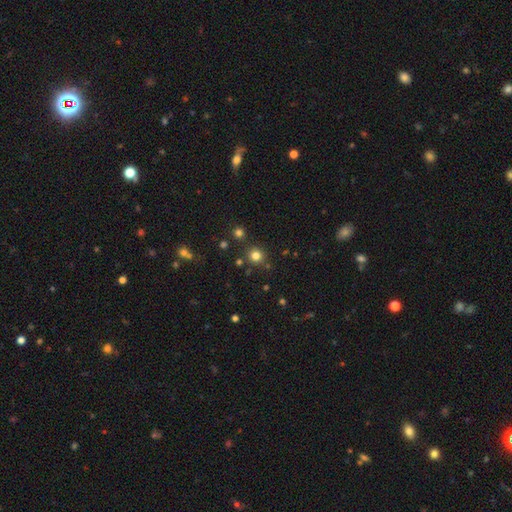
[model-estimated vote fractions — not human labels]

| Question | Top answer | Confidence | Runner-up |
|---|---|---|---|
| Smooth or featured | smooth | 78% | star or artifact (17%) |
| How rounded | round | 92% | in between (7%) |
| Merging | none | 85% | minor disturbance (7%) |